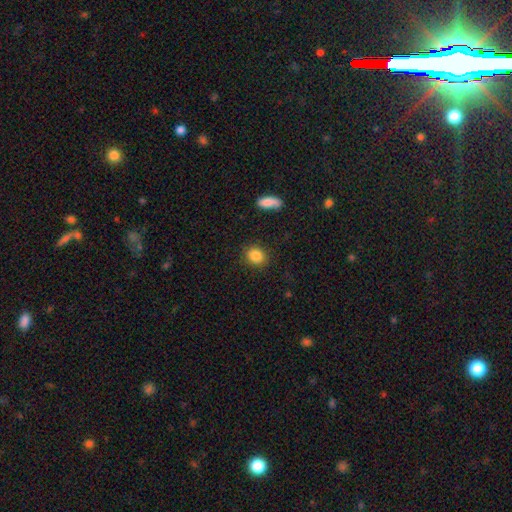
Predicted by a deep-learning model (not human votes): smooth-or-featured: smooth: 86% | star or artifact: 9% | featured or disk: 5%
  how-rounded: round: 64% | in between: 34% | cigar-shaped: 1%
  merging: none: 88% | minor disturbance: 8% | major disturbance: 3% | merger: 2%